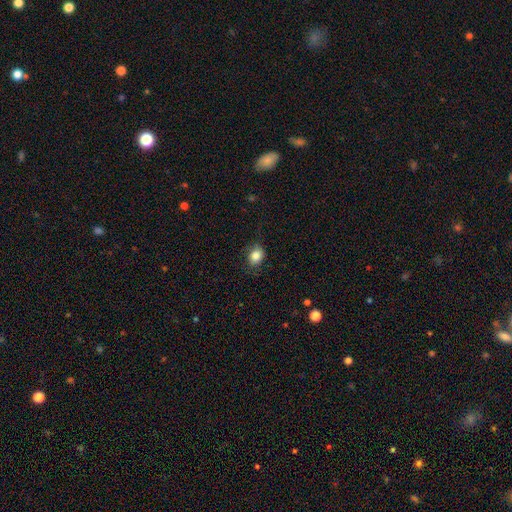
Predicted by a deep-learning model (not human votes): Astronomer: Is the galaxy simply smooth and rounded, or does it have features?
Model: smooth — 84%.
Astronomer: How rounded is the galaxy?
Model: in between — 55% (runner-up: round, 44%).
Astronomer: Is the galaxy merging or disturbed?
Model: none — 77%.